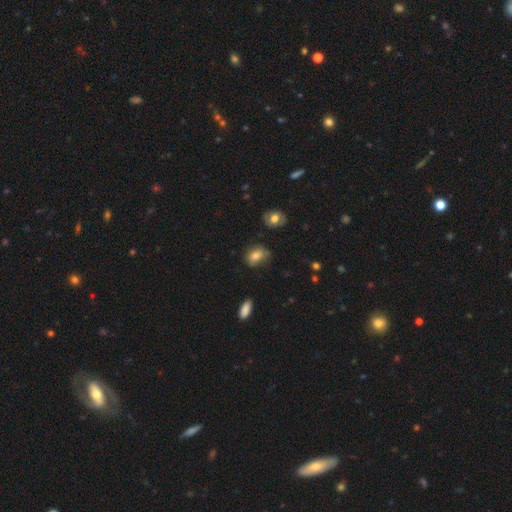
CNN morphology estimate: A smooth galaxy with no disk features (76%) that is in between round and cigar-shaped (76%).

Vote fractions:
- Smooth or featured? smooth: 76% / featured or disk: 14% / star or artifact: 10%
- How rounded? in between: 76% / round: 22% / cigar-shaped: 2%
- Merging? none: 66% / minor disturbance: 25% / major disturbance: 6% / merger: 3%